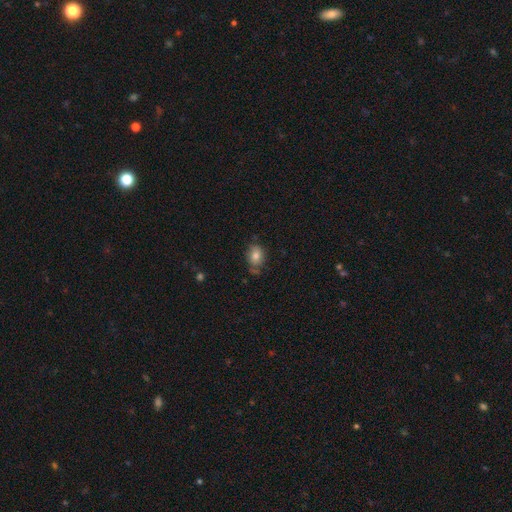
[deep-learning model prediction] The model was most divided on "how rounded": in between: 67%, round: 32%, cigar-shaped: 1%. More confident: smooth or featured — smooth (79%); merging — none (66%).